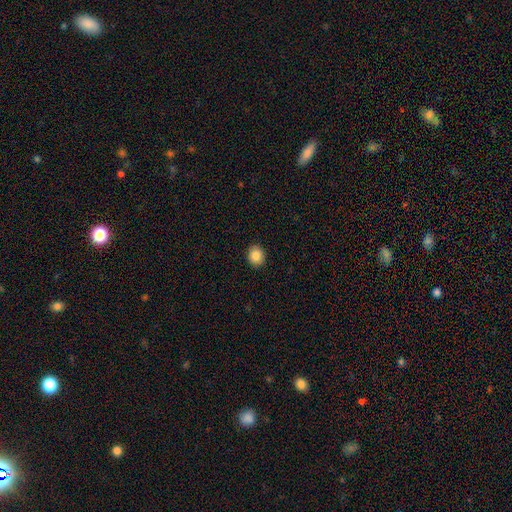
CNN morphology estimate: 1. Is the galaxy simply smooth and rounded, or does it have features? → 85% smooth, 9% star or artifact, 6% featured or disk.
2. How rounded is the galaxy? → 67% round, 32% in between, 1% cigar-shaped.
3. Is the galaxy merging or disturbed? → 91% none, 6% minor disturbance, 2% major disturbance, 1% merger.